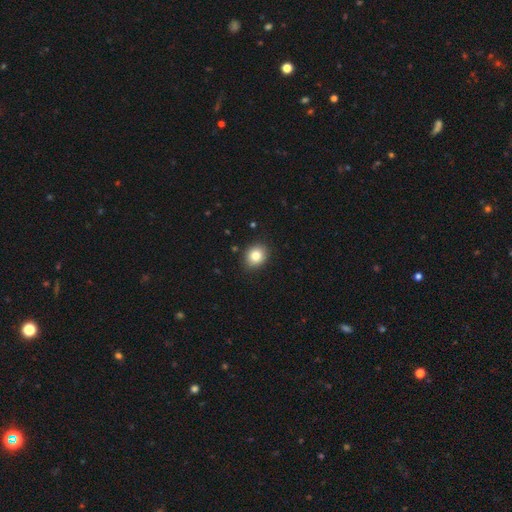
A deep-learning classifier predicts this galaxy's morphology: type=smooth (83%); roundness=round (65%); merging=none (89%).